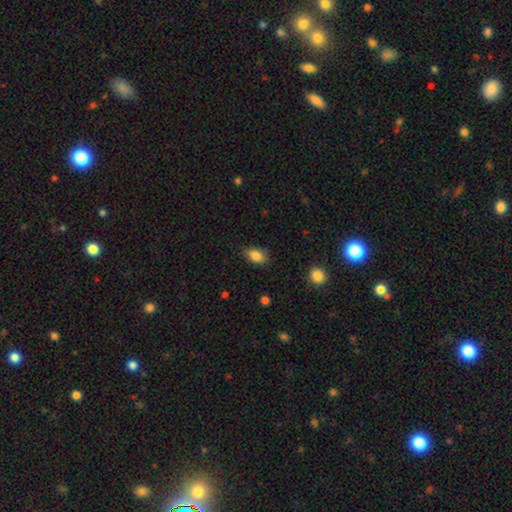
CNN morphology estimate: Q: Smooth or featured?
A: smooth (85%); runner-up: star or artifact (8%)
Q: How rounded?
A: in between (87%); runner-up: round (10%)
Q: Merging?
A: none (80%); runner-up: minor disturbance (16%)